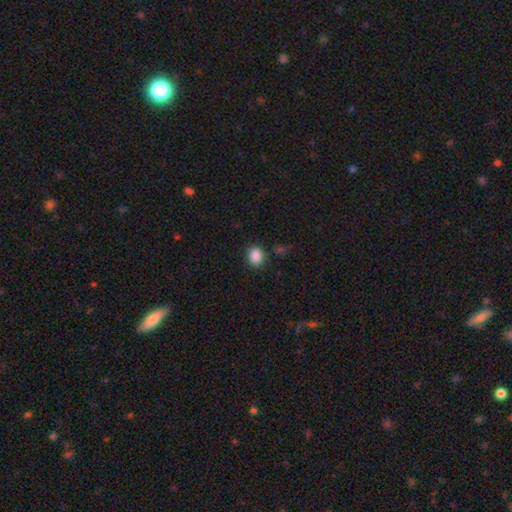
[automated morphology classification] A smooth galaxy with no disk features (87%) that is in between round and cigar-shaped (51%). Merging: none (82%).